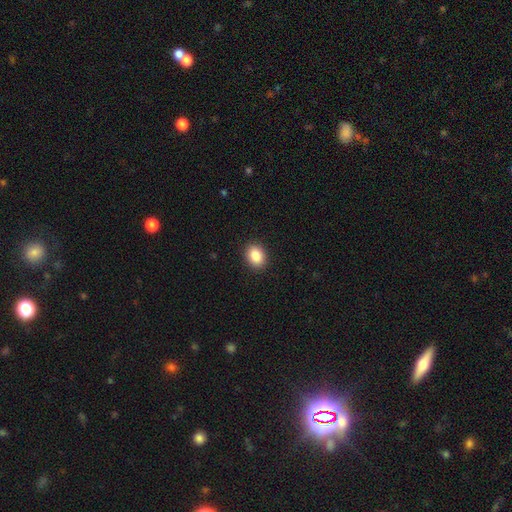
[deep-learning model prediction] smooth 88%, star or artifact 8%, featured or disk 4%. Down the decision tree: how rounded — in between (63%); merging — none (90%).